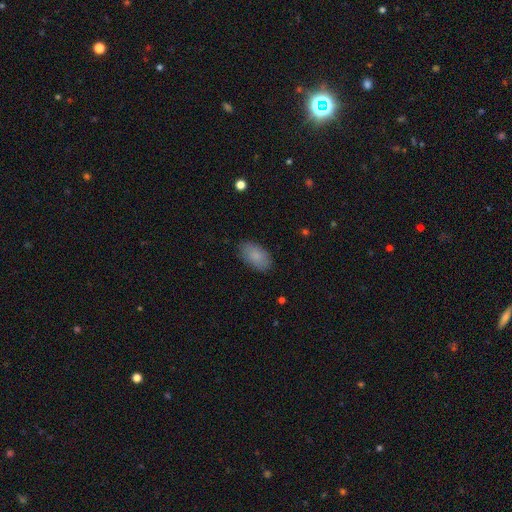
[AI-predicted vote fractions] smooth 86%, featured or disk 8%, star or artifact 7%. Down the decision tree: how rounded — in between (94%); merging — none (85%).